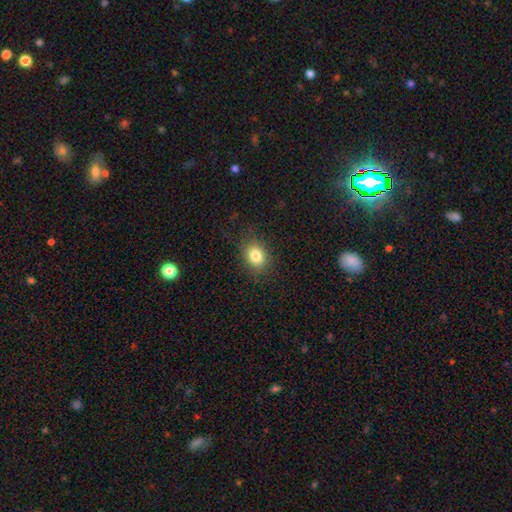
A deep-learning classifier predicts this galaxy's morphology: smooth 82%, star or artifact 11%, featured or disk 7%. Down the decision tree: how rounded — in between (56%); merging — none (85%).